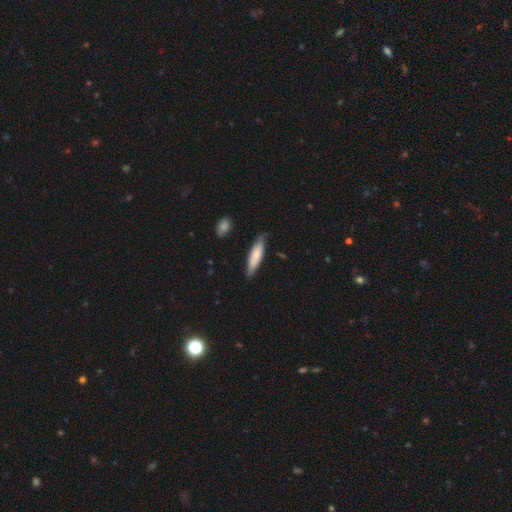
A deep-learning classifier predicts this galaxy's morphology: Smooth or featured? Predicted: smooth (p=0.76). How rounded? Predicted: cigar-shaped (p=0.72). Merging? Predicted: none (p=0.79).